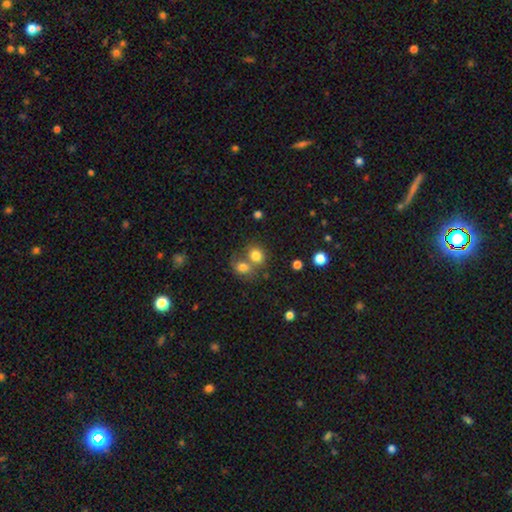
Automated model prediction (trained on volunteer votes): Q: Smooth or featured?
A: smooth (79%); runner-up: star or artifact (12%)
Q: How rounded?
A: round (63%); runner-up: in between (36%)
Q: Merging?
A: merger (46%); runner-up: none (42%)